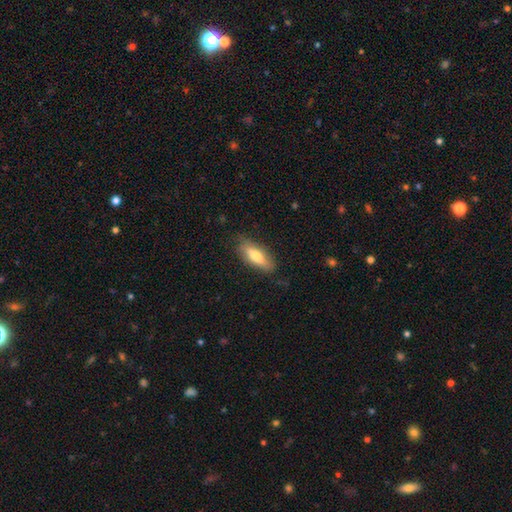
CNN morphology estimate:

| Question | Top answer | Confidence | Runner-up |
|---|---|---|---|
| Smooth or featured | smooth | 70% | featured or disk (24%) |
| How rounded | in between | 62% | cigar-shaped (36%) |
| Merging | none | 80% | minor disturbance (16%) |